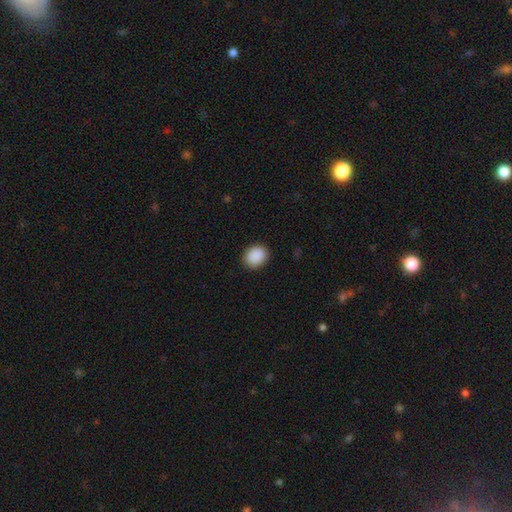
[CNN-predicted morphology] smooth 90%, star or artifact 7%, featured or disk 2%. Down the decision tree: how rounded — round (61%); merging — none (89%).